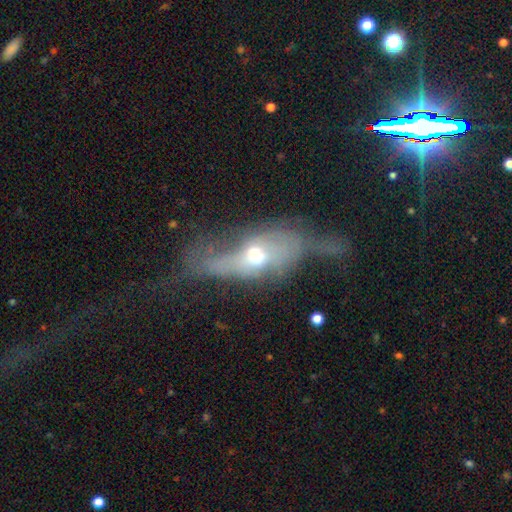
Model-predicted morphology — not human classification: Smooth or featured?
  - featured or disk: 60% *
  - smooth: 30%
  - star or artifact: 10%
Edge-on disk?
  - no: 65% *
  - yes: 35%
Merging?
  - major disturbance: 47% *
  - none: 25%
  - minor disturbance: 22%
  - merger: 6%